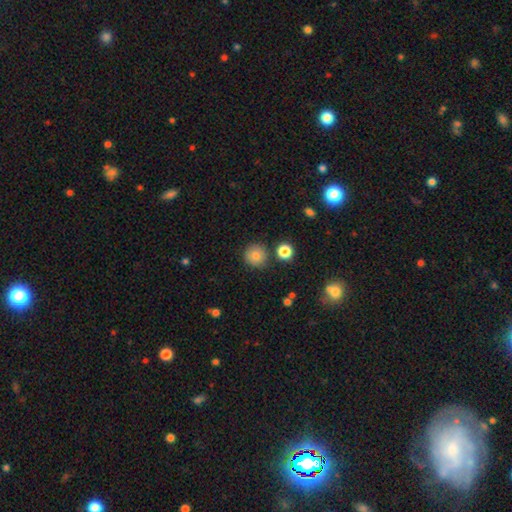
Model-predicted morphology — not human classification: type=smooth (80%); roundness=round (94%); merging=none (85%).